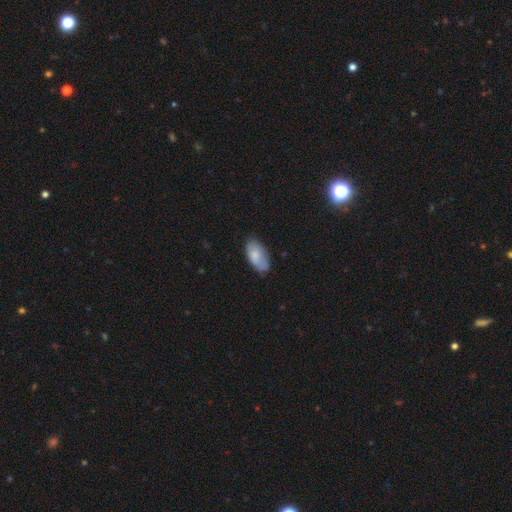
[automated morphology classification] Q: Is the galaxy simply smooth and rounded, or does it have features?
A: smooth — 79%.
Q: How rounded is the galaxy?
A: in between — 94%.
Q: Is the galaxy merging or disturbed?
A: none — 70%.